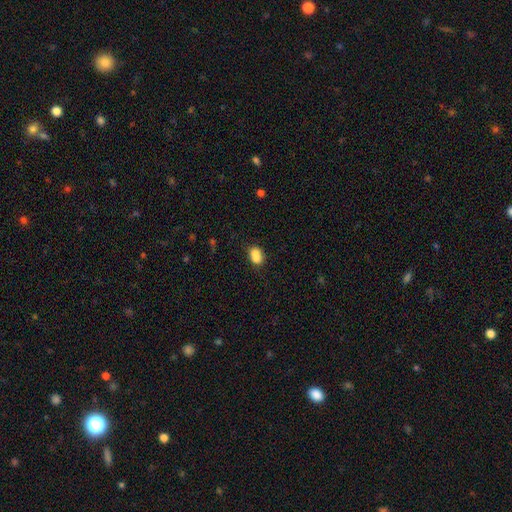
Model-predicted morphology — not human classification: Q: Smooth or featured?
A: smooth (78%); runner-up: featured or disk (13%)
Q: How rounded?
A: in between (66%); runner-up: round (32%)
Q: Merging?
A: merger (47%); runner-up: none (35%)